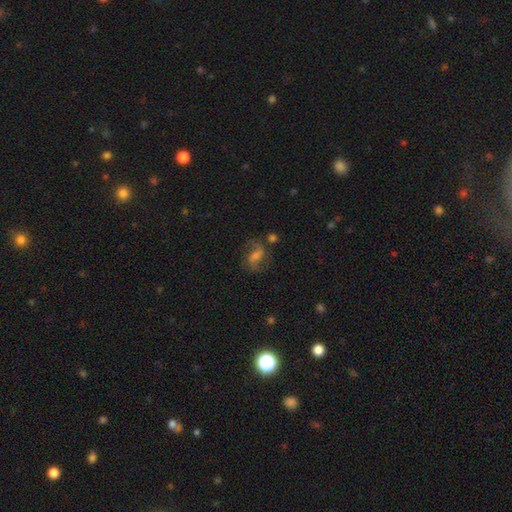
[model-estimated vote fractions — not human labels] Overall: featured or disk (60%; smooth 22%). Edge-on disk: no (96%). Bar: weak (48%; no 28%). Spiral arms: yes (90%). Spiral arm count: 2 (82%). Spiral winding: medium (46%; loose 41%). Bulge size: moderate (36%; small 33%). Merging: none (66%).